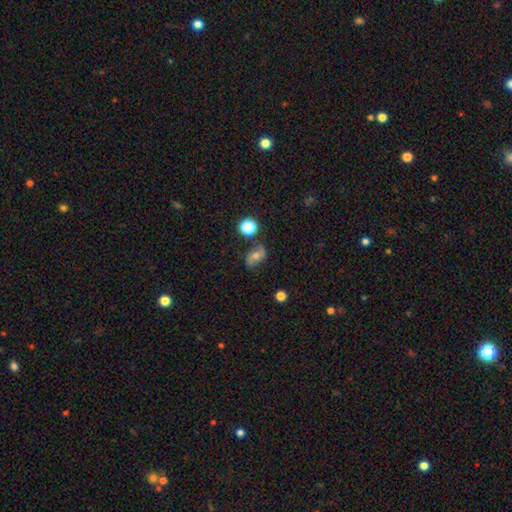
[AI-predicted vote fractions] smooth-or-featured: featured or disk: 43% (tied) | smooth: 43% (tied) | star or artifact: 14%
  merging: none: 72% | minor disturbance: 18% | major disturbance: 6% | merger: 4%